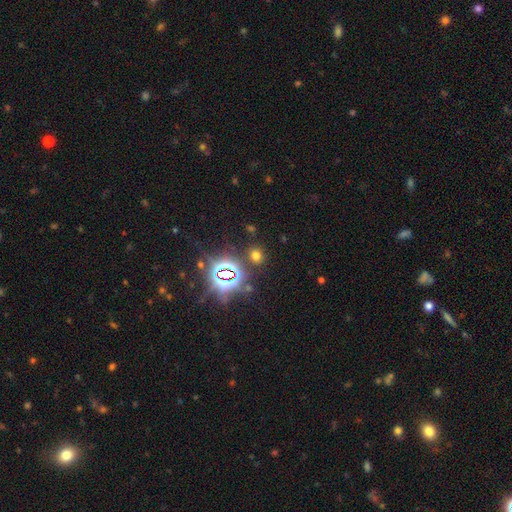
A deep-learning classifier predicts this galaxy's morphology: type=smooth (53%); roundness=round (71%); merging=none (86%).